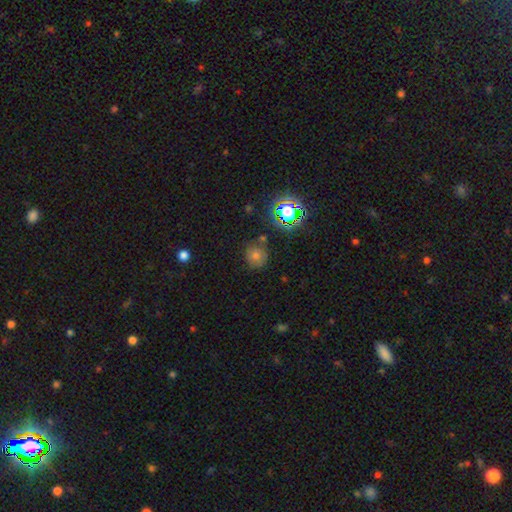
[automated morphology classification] Smooth or featured? Predicted: smooth (p=0.61). How rounded? Predicted: round (p=0.84). Merging? Predicted: none (p=0.73).